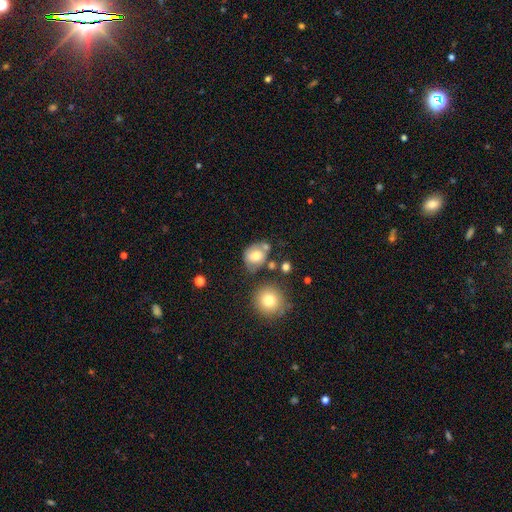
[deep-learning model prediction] Smooth or featured? Predicted: smooth (p=0.65). How rounded? Predicted: round (p=0.56). Merging? Predicted: none (p=0.48).